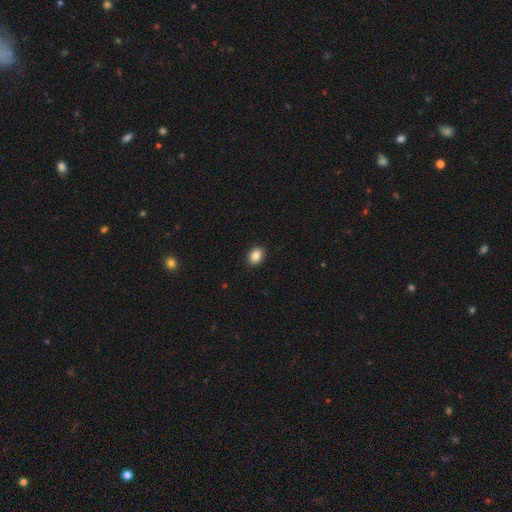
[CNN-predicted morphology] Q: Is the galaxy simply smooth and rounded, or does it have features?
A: smooth — 87%.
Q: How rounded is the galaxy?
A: in between — 66%.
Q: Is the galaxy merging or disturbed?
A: none — 90%.